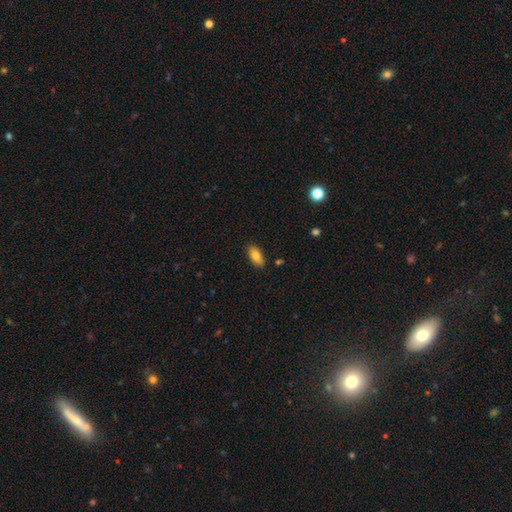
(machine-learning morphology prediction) Smooth or featured: smooth — 78% (featured or disk — 15%)
How rounded: in between — 87% (cigar-shaped — 10%)
Merging: none — 87% (minor disturbance — 10%)